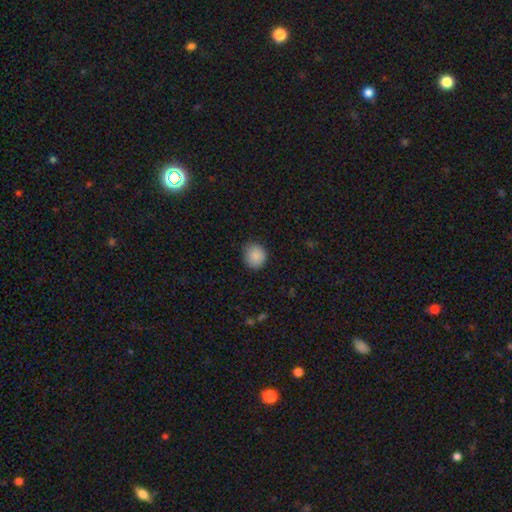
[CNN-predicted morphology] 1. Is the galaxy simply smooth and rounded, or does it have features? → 88% smooth, 8% star or artifact, 3% featured or disk.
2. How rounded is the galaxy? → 85% round, 14% in between, 1% cigar-shaped.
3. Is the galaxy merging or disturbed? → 84% none, 13% minor disturbance, 3% major disturbance, 1% merger.